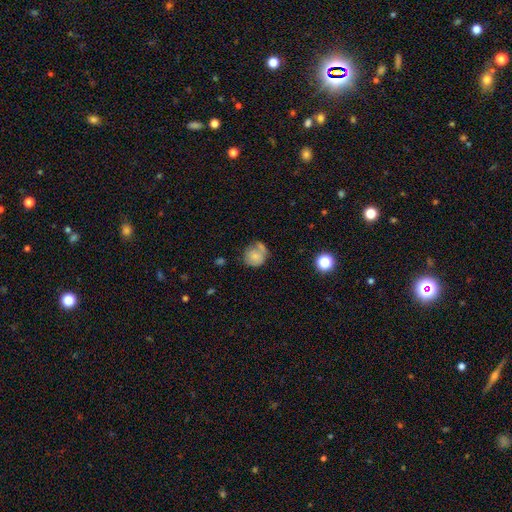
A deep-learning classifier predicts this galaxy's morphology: Smooth or featured? smooth (72%)
How rounded? round (83%)
Merging? none (47%)